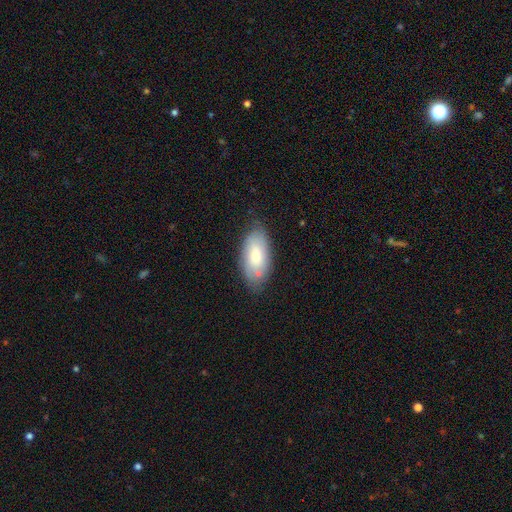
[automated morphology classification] Smooth or featured? smooth (66%)
How rounded? in between (92%)
Merging? none (72%)